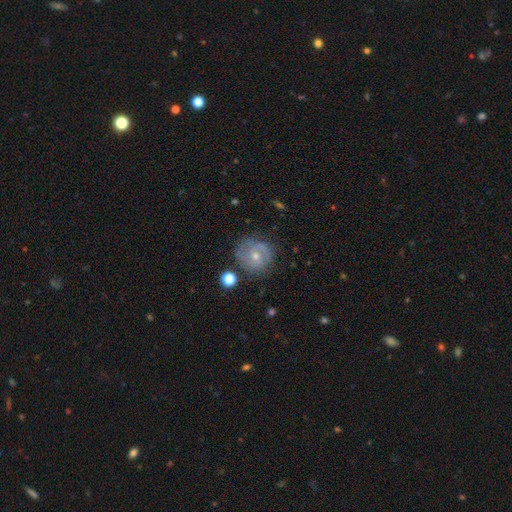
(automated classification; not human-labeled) Overall: featured or disk (66%; smooth 26%). Edge-on disk: no (97%). Bar: no (65%; weak 30%). Spiral arms: yes (82%). Spiral arm count: 2 (54%; can't tell 24%). Spiral winding: tight (51%; medium 37%). Bulge size: small (49%; moderate 47%). Merging: none (72%).